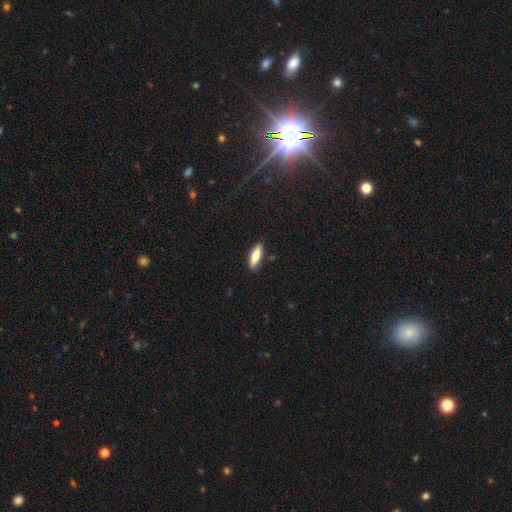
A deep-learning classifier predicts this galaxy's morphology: smooth_or_featured: smooth (p=0.72) [alt: featured or disk p=0.22]
how_rounded: in between (p=0.53) [alt: cigar-shaped p=0.45]
merging: none (p=0.87) [alt: minor disturbance p=0.10]